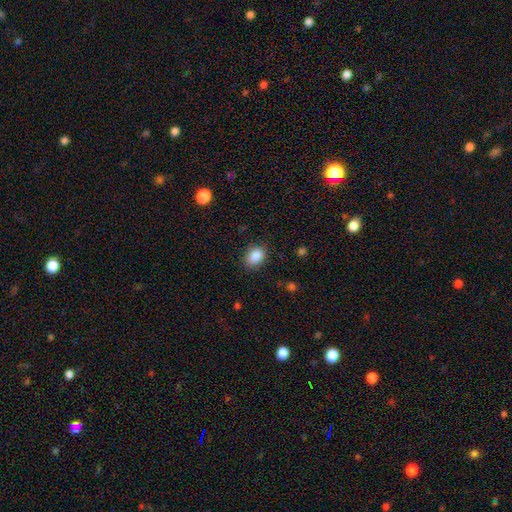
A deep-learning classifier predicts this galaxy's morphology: type=smooth (87%); roundness=in between (66%); merging=none (84%).